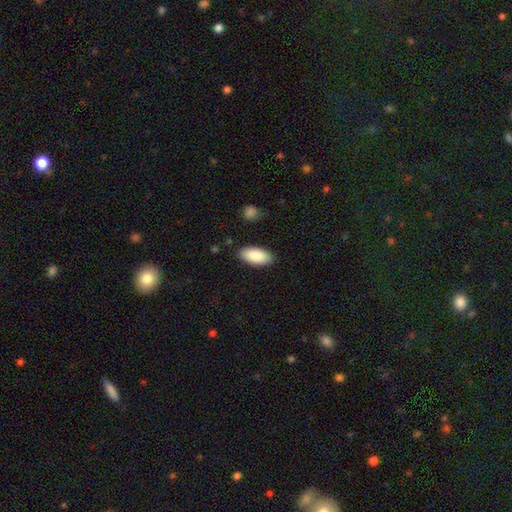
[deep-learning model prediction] The model was most divided on "merging": none: 87%, minor disturbance: 10%, major disturbance: 2%, merger: 1%. More confident: how rounded — in between (90%); smooth or featured — smooth (87%).